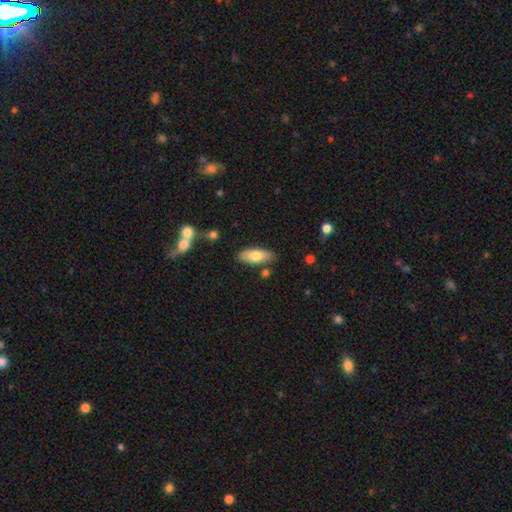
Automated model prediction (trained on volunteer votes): Q: Smooth or featured?
A: smooth (73%); runner-up: featured or disk (21%)
Q: How rounded?
A: in between (81%); runner-up: cigar-shaped (17%)
Q: Merging?
A: none (80%); runner-up: minor disturbance (13%)